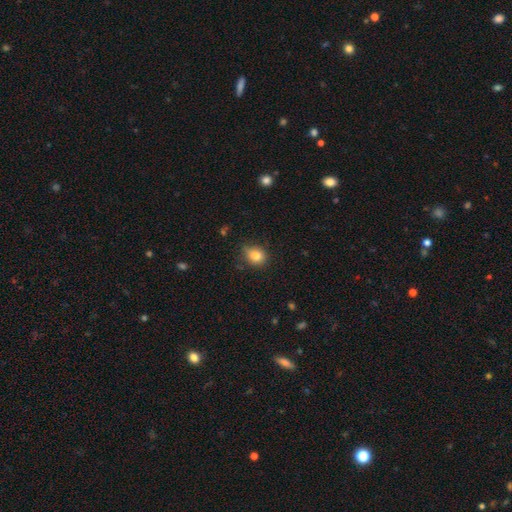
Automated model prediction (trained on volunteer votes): Morphology: type=smooth (82%); roundness=round (65%); merging=none (78%).